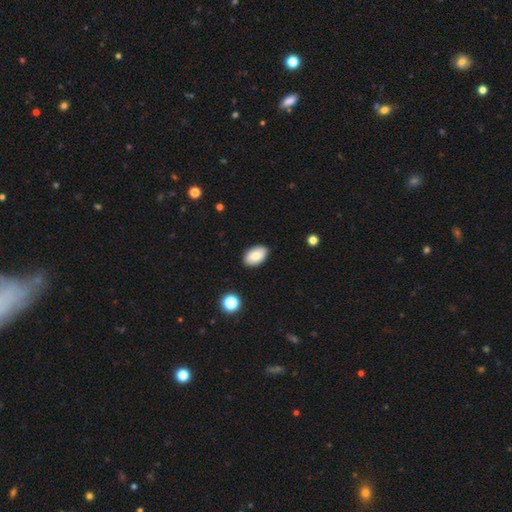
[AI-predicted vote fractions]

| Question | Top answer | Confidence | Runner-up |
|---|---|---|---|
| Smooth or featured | smooth | 83% | featured or disk (10%) |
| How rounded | in between | 93% | round (6%) |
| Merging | none | 87% | minor disturbance (10%) |